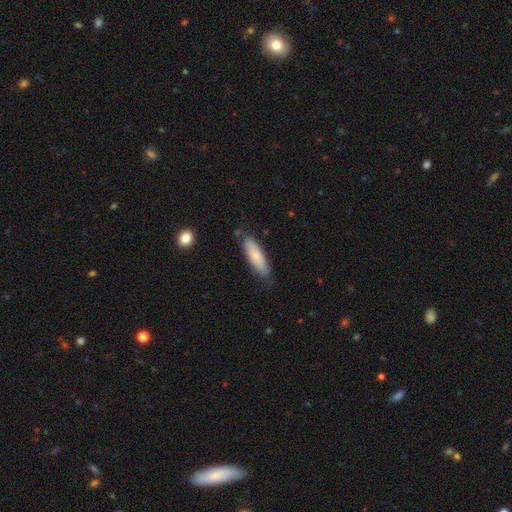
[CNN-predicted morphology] The model was most divided on "how rounded": cigar-shaped: 58%, in between: 41%, round: 2%. More confident: merging — none (75%); smooth or featured — smooth (74%).